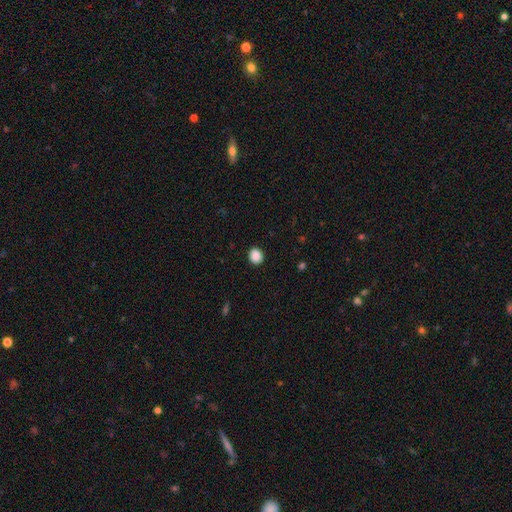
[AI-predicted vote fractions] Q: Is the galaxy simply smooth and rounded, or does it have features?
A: smooth — 89%.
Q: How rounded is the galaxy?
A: round — 78%.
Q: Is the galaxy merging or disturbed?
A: none — 90%.